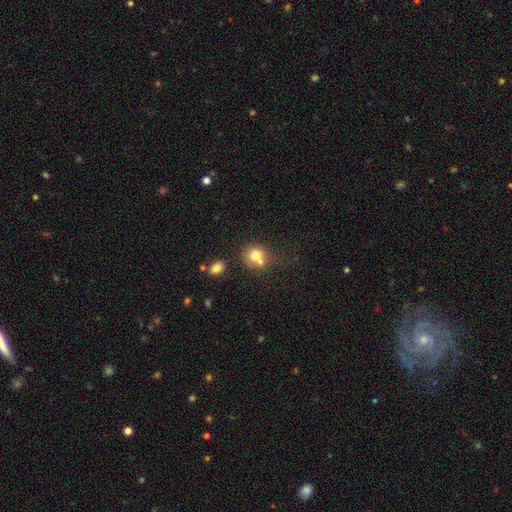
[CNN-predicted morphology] Smooth or featured: smooth — 73% (featured or disk — 15%)
How rounded: round — 78% (in between — 21%)
Merging: merger — 43% (none — 41%)